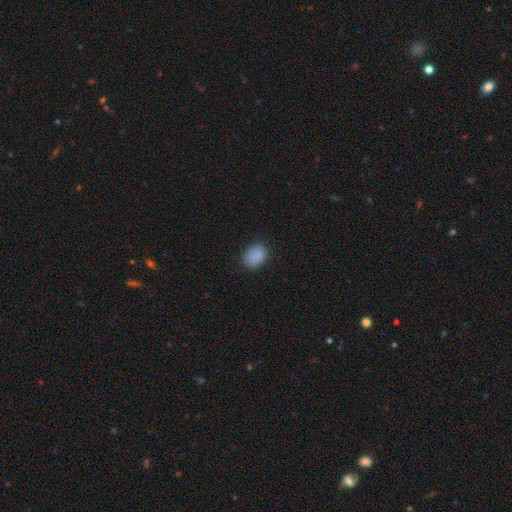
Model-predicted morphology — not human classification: smooth-or-featured: smooth: 88% | star or artifact: 9% | featured or disk: 3%
  how-rounded: in between: 54% | round: 45% | cigar-shaped: 1%
  merging: none: 82% | minor disturbance: 14% | major disturbance: 3% | merger: 1%